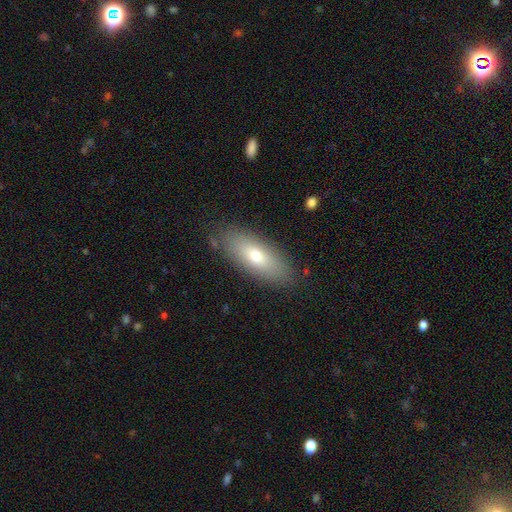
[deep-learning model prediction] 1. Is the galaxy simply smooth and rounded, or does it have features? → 69% smooth, 23% featured or disk, 8% star or artifact.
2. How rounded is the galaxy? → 72% in between, 25% cigar-shaped, 3% round.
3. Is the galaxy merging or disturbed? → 85% none, 10% minor disturbance, 3% major disturbance, 2% merger.